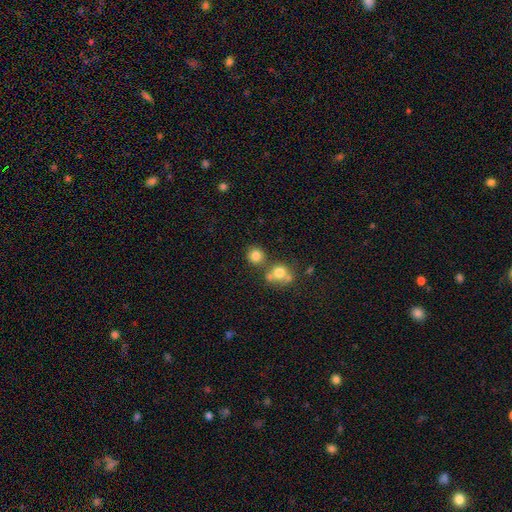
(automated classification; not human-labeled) Smooth or featured? Predicted: smooth (p=0.79). How rounded? Predicted: round (p=0.87). Merging? Predicted: none (p=0.68).